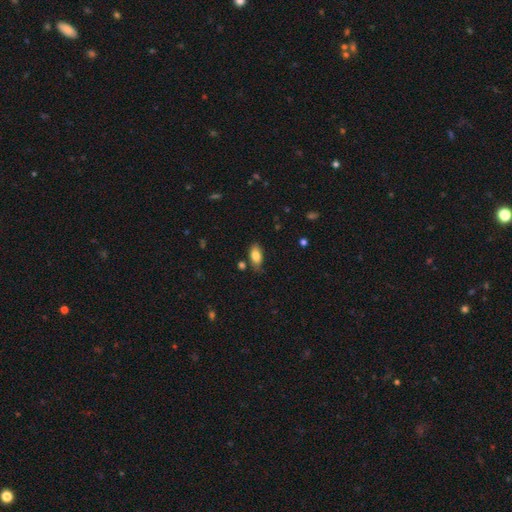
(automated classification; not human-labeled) Morphology: type=smooth (83%); roundness=in between (89%); merging=none (74%).